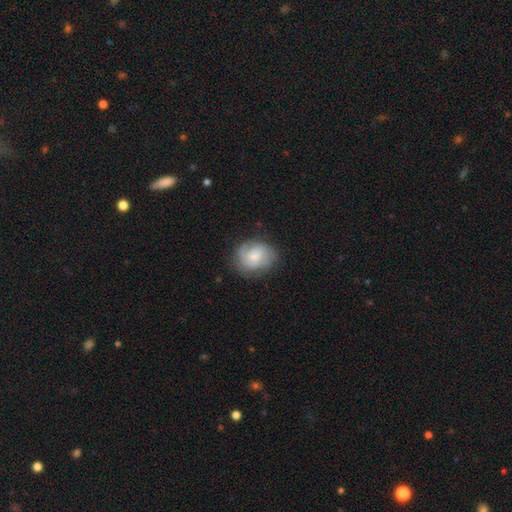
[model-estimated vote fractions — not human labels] Overall: featured or disk (57%; smooth 36%). Edge-on disk: no (98%). Bar: no (59%; weak 36%). Spiral arms: yes (88%). Bulge size: small (43%; moderate 38%). Merging: none (72%).